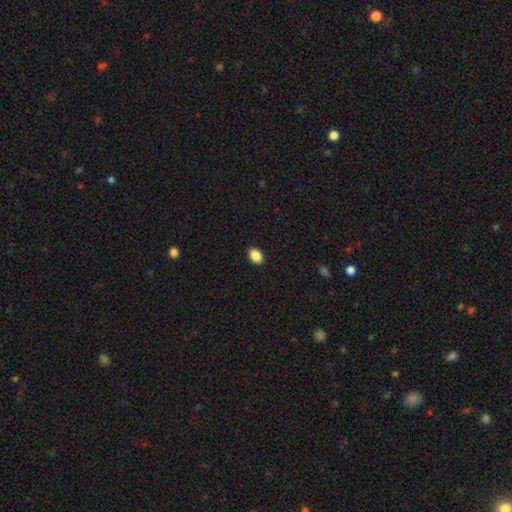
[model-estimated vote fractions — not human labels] This appears to be a smooth galaxy with no disk features (89%) that is in between round and cigar-shaped (83%). Merging: none (90%).